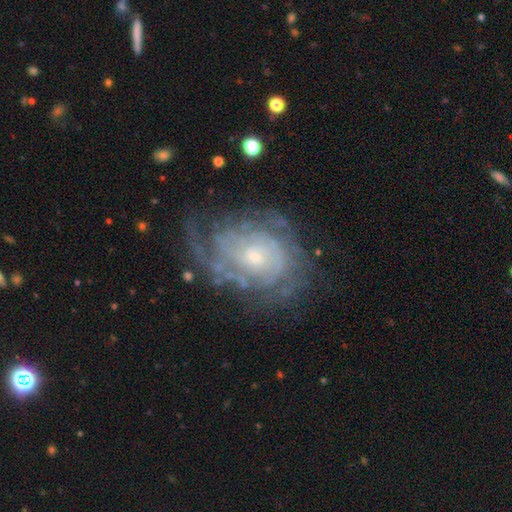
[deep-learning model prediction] Smooth or featured?
  - featured or disk: 84% *
  - smooth: 10%
  - star or artifact: 7%
Edge-on disk?
  - no: 97% *
  - yes: 3%
Bar?
  - no: 76% *
  - weak: 21%
  - strong: 4%
Spiral arms?
  - yes: 91% *
  - no: 9%
Spiral winding?
  - tight: 69% *
  - medium: 23%
  - loose: 7%
Spiral arm count?
  - can't tell: 48% *
  - 2: 17%
  - 3: 13%
  - 4: 9%
  - more than 4: 6%
  - 1: 6%
Bulge size?
  - small: 51% *
  - moderate: 41%
  - large: 4%
  - none: 3%
  - dominant: 1%
Merging?
  - none: 66% *
  - minor disturbance: 20%
  - major disturbance: 13%
  - merger: 2%